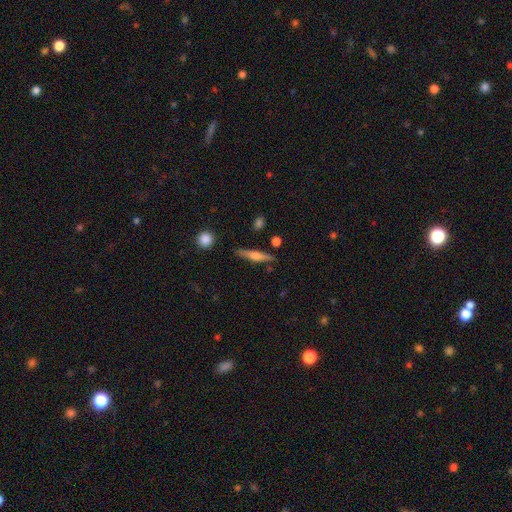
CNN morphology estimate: smooth 48%, featured or disk 45%, star or artifact 7%. Down the decision tree: merging — none (84%).